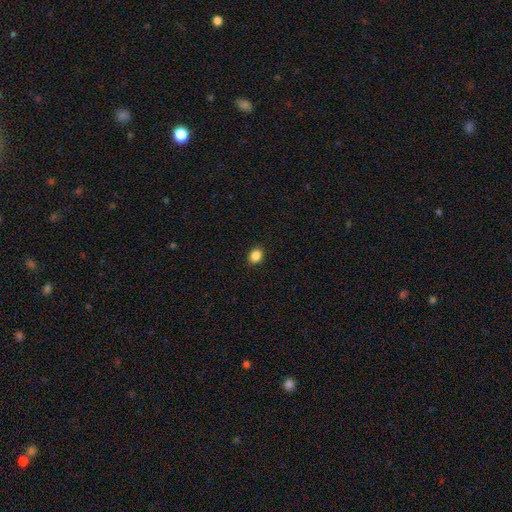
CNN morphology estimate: smooth_or_featured: smooth (p=0.87) [alt: star or artifact p=0.10]
how_rounded: round (p=0.51) [alt: in between p=0.48]
merging: none (p=0.90) [alt: minor disturbance p=0.07]